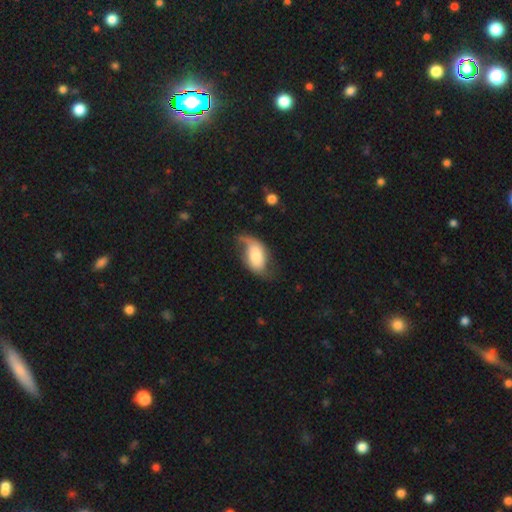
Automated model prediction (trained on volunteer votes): This appears to be a featured or disk galaxy (51%). Merging: none (40%).